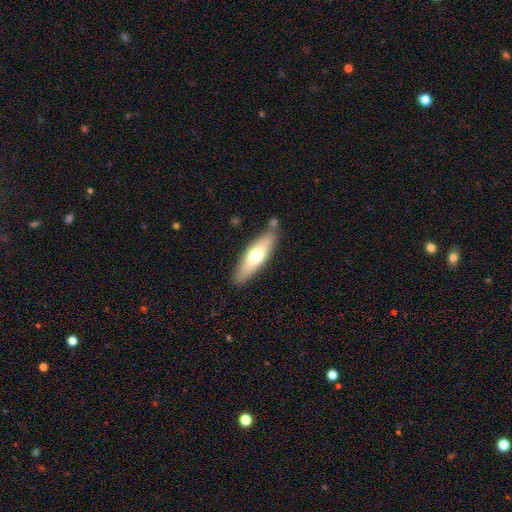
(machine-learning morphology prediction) This appears to be a smooth galaxy with no disk features (59%) that is cigar-shaped (59%). Merging: none (77%).